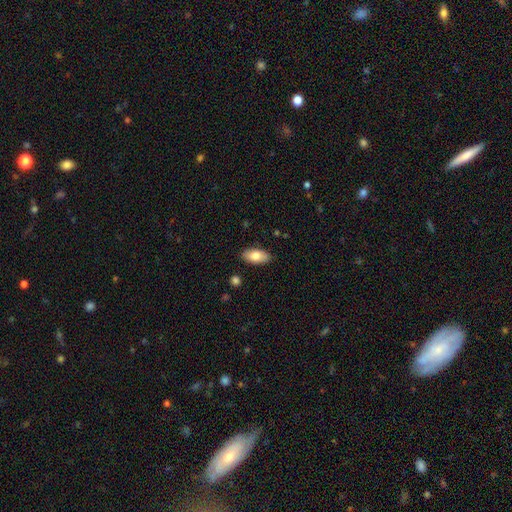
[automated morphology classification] smooth-or-featured: smooth: 80% | featured or disk: 14% | star or artifact: 7%
  how-rounded: in between: 91% | cigar-shaped: 6% | round: 3%
  merging: none: 87% | minor disturbance: 9% | major disturbance: 2% | merger: 1%